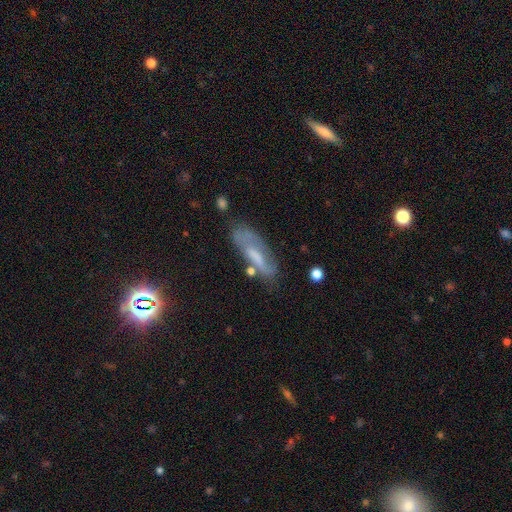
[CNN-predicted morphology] smooth-or-featured: featured or disk: 48% | smooth: 40% | star or artifact: 12%
  merging: none: 57% | minor disturbance: 25% | major disturbance: 12% | merger: 6%